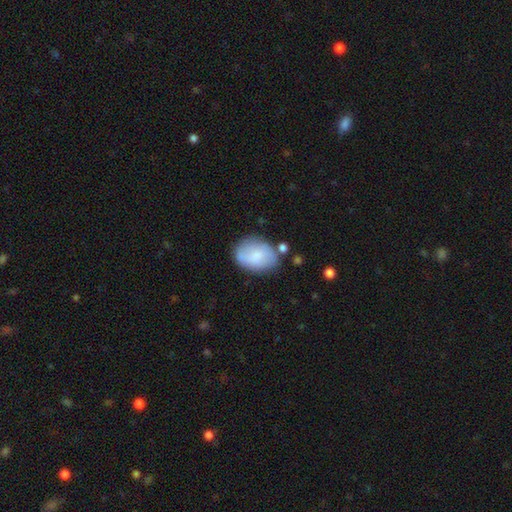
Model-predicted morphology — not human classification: Smooth or featured? Predicted: smooth (p=0.74). How rounded? Predicted: in between (p=0.77). Merging? Predicted: none (p=0.67).